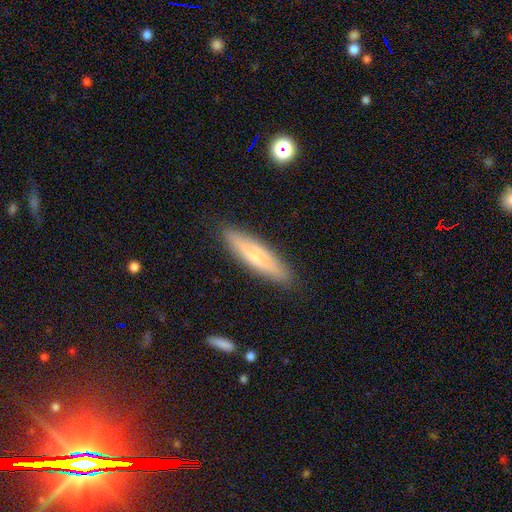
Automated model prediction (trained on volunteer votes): Overall: smooth (64%; featured or disk 30%). How rounded: cigar-shaped (76%). Merging: none (87%).